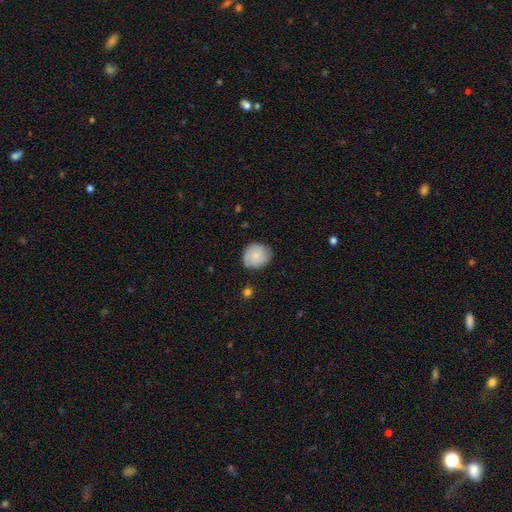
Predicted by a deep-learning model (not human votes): Overall: smooth (72%). How rounded: round (83%). Merging: none (78%).